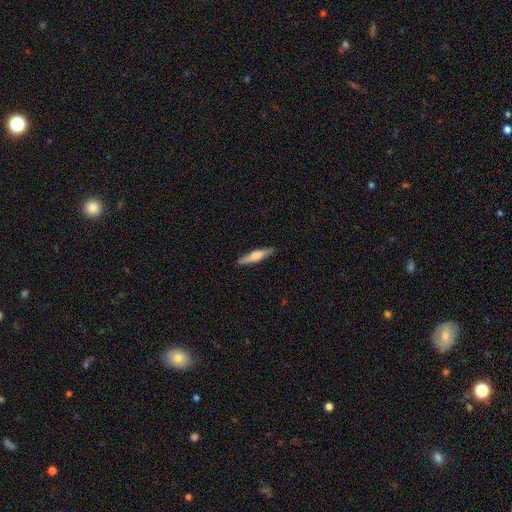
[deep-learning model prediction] Morphology: type=smooth (57%); roundness=cigar-shaped (87%); merging=none (89%).